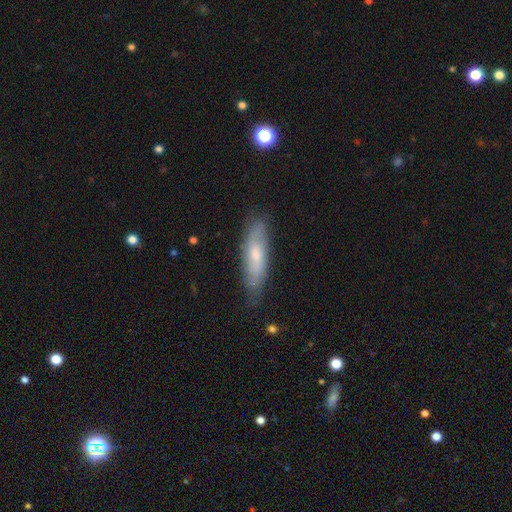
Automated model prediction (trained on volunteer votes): smooth_or_featured: smooth (p=0.49) [alt: featured or disk p=0.44]
merging: none (p=0.73) [alt: minor disturbance p=0.21]